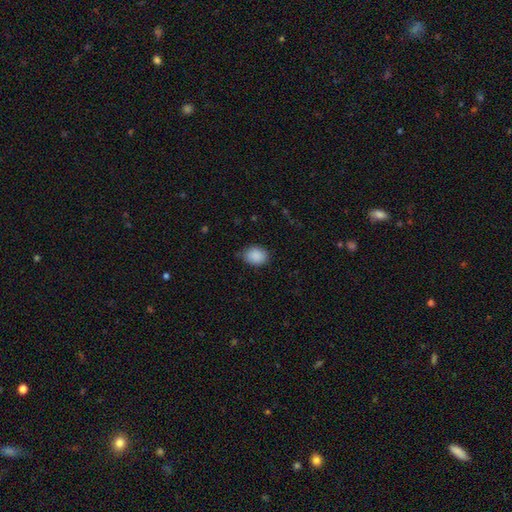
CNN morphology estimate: smooth 89%, star or artifact 8%, featured or disk 3%. Down the decision tree: how rounded — in between (56%); merging — none (73%).